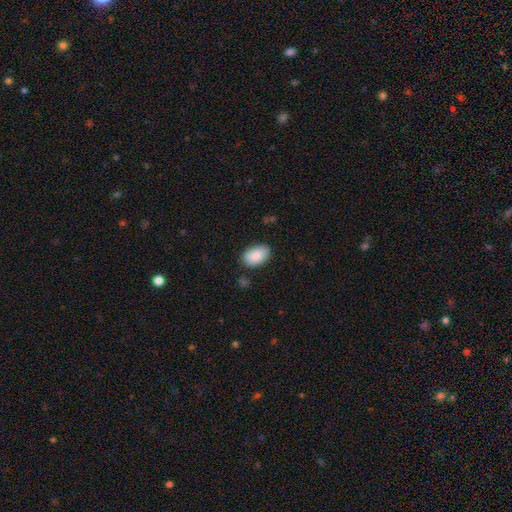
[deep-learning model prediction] Smooth or featured? Predicted: smooth (p=0.87). How rounded? Predicted: in between (p=0.91). Merging? Predicted: none (p=0.83).